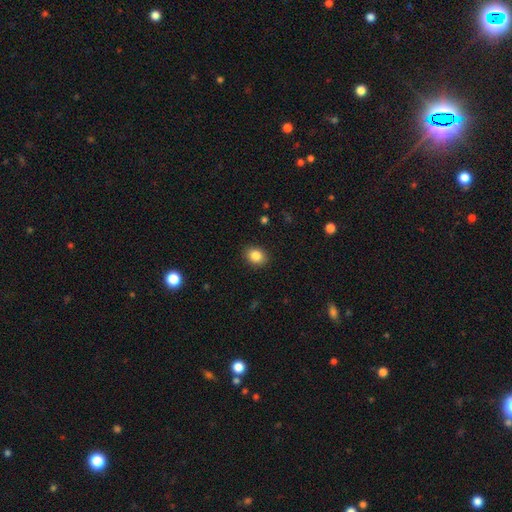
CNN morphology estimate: type=smooth (86%); roundness=in between (52%); merging=none (89%).